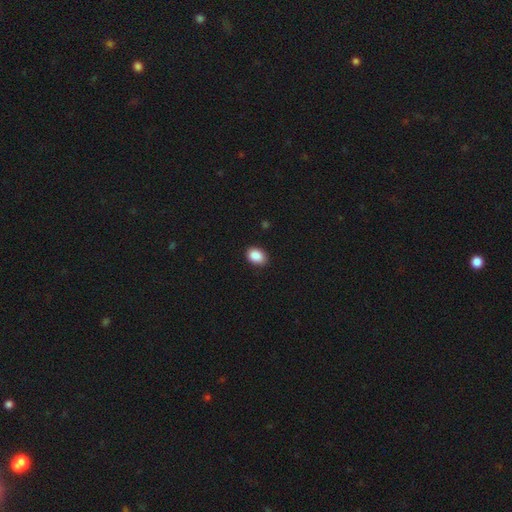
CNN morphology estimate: Q: Smooth or featured?
A: smooth (90%); runner-up: star or artifact (8%)
Q: How rounded?
A: in between (79%); runner-up: round (20%)
Q: Merging?
A: none (87%); runner-up: minor disturbance (10%)